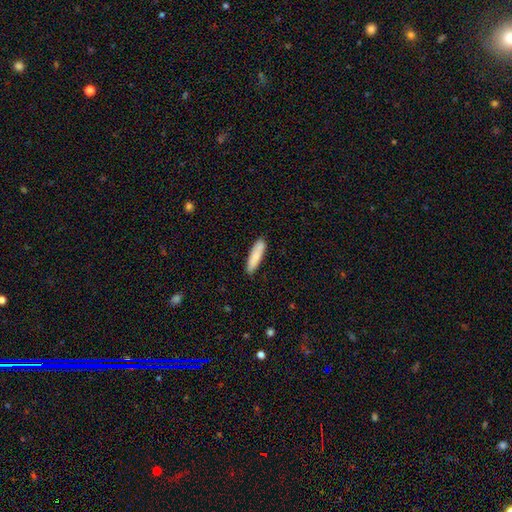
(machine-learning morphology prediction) A smooth galaxy with no disk features (84%) that is cigar-shaped (74%). Merging: none (87%).